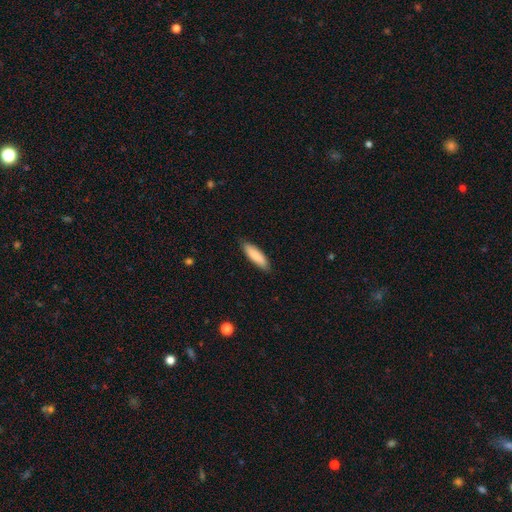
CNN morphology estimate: smooth_or_featured: smooth (p=0.87) [alt: featured or disk p=0.07]
how_rounded: cigar-shaped (p=0.63) [alt: in between p=0.36]
merging: none (p=0.86) [alt: minor disturbance p=0.11]